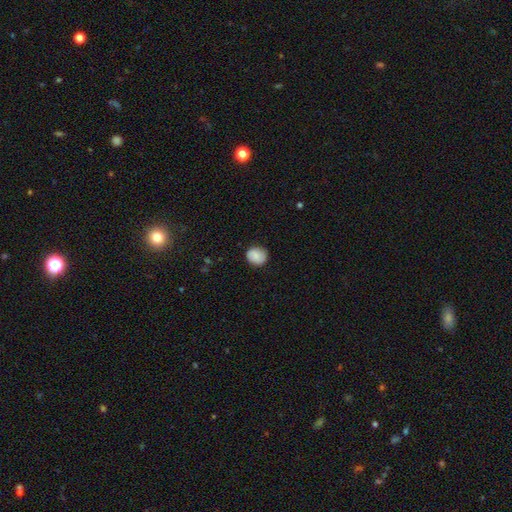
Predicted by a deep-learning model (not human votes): Smooth or featured? smooth (82%)
How rounded? round (77%)
Merging? none (83%)